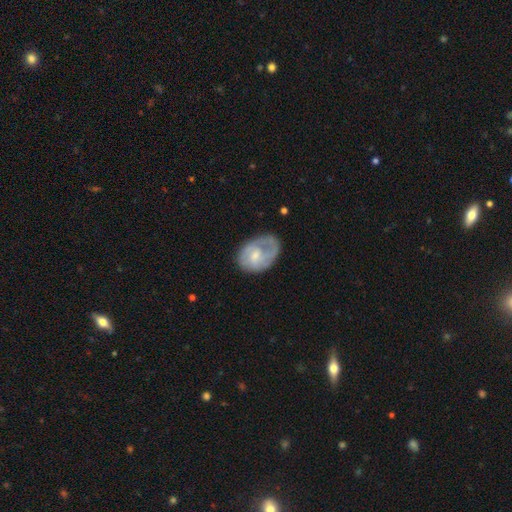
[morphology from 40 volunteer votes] smooth_or_featured: featured or disk (p=0.53) [alt: smooth p=0.42]
disk_edge_on: no (p=0.90) [alt: yes p=0.10]
bar: weak (p=0.42) [tied with: no p=0.42]
has_spiral_arms: yes (p=0.68) [alt: no p=0.32]
spiral_winding: medium (p=0.62) [alt: loose p=0.23]
spiral_arm_count: 2 (p=0.38) [tied with: can't tell p=0.38]
bulge_size: moderate (p=0.47) [alt: small p=0.32]
merging: minor disturbance (p=0.42) [alt: none p=0.34]